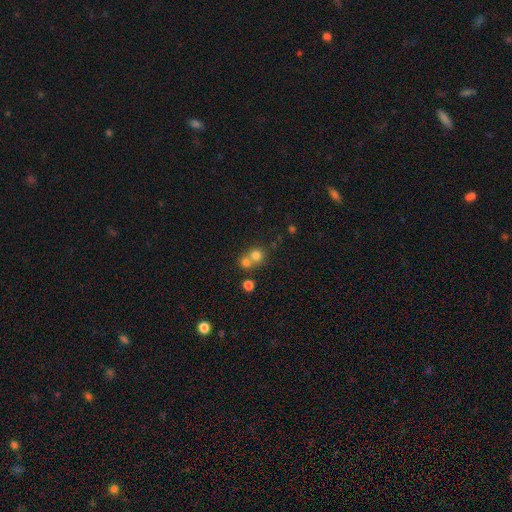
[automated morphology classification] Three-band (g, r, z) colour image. It shows a smooth galaxy with no disk features (74%) that is round (86%). Merging: merger (48%).